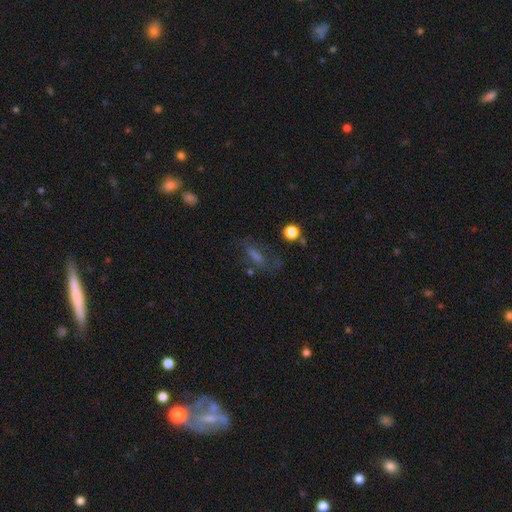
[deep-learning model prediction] A smooth galaxy with no disk features (38%). Merging: none (59%).